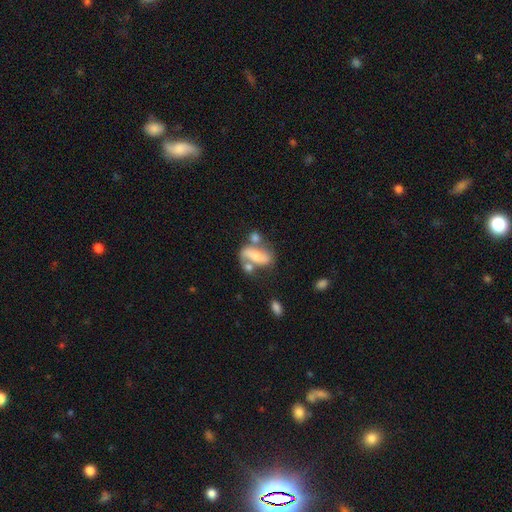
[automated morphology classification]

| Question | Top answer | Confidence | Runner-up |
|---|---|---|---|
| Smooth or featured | featured or disk | 51% | smooth (41%) |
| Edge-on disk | no | 88% | yes (12%) |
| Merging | none | 37% | merger (36%) |